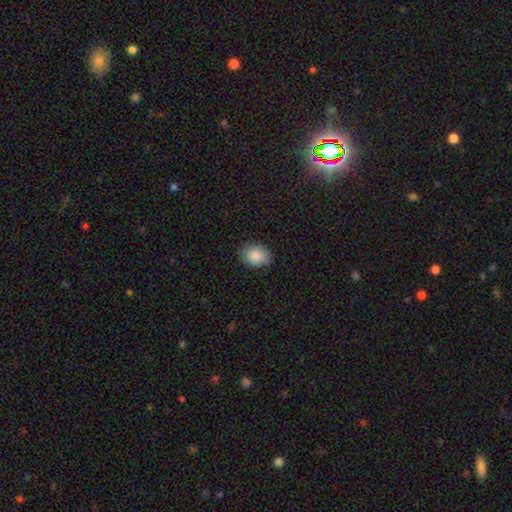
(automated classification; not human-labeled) This appears to be a smooth galaxy with no disk features (88%) that is in between round and cigar-shaped (63%). Merging: none (81%).